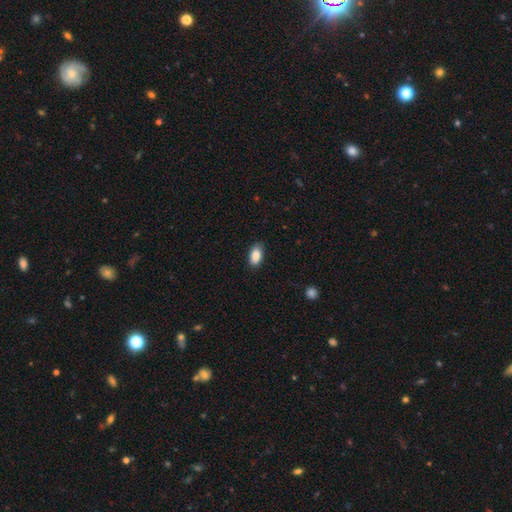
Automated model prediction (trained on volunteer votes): The model was most divided on "merging": none: 84%, minor disturbance: 13%, major disturbance: 2%, merger: 1%. More confident: how rounded — in between (92%); smooth or featured — smooth (87%).